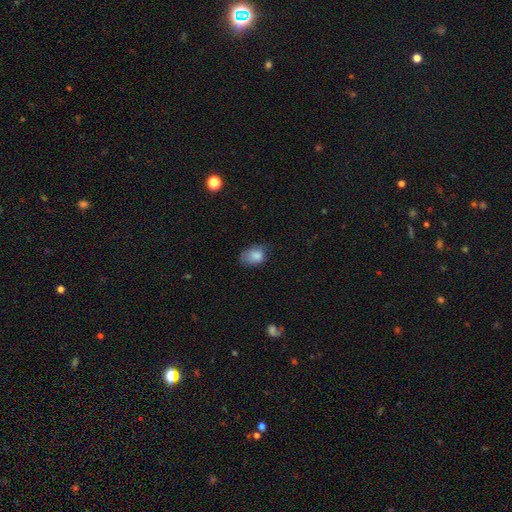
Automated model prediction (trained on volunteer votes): A smooth galaxy with no disk features (83%) that is in between round and cigar-shaped (73%). Merging: none (47%).